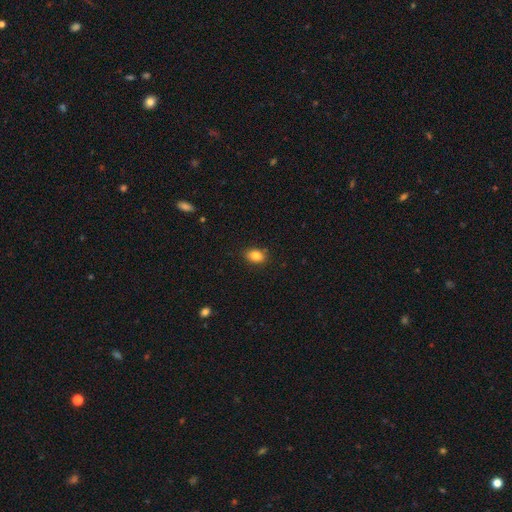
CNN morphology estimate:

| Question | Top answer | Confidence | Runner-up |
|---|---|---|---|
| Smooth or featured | smooth | 84% | star or artifact (9%) |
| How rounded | in between | 75% | round (24%) |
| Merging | none | 85% | minor disturbance (11%) |